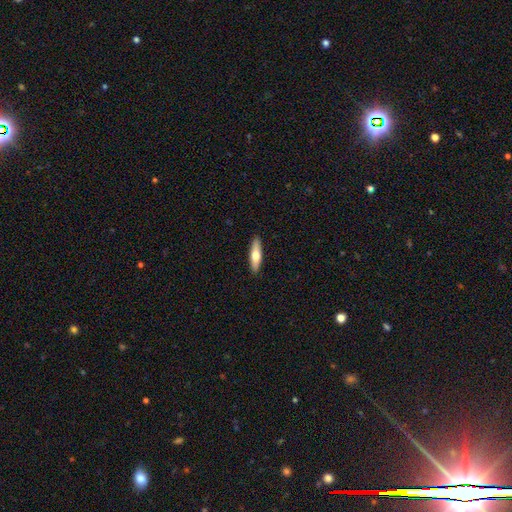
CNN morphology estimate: Smooth or featured: smooth — 62% (featured or disk — 33%)
How rounded: cigar-shaped — 67% (in between — 31%)
Merging: none — 90% (minor disturbance — 7%)